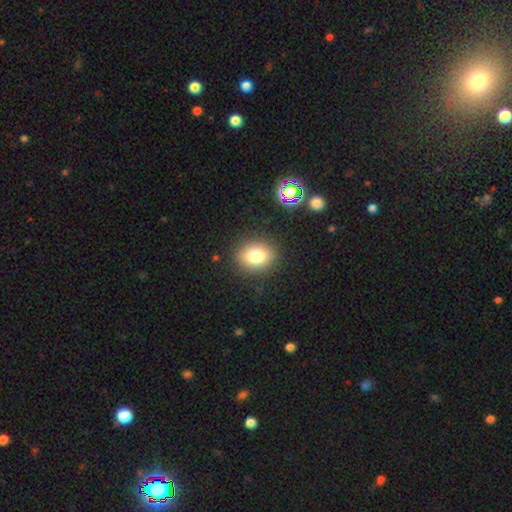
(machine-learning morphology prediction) Smooth or featured: smooth — 78% (star or artifact — 13%)
How rounded: round — 55% (in between — 44%)
Merging: none — 88% (minor disturbance — 8%)